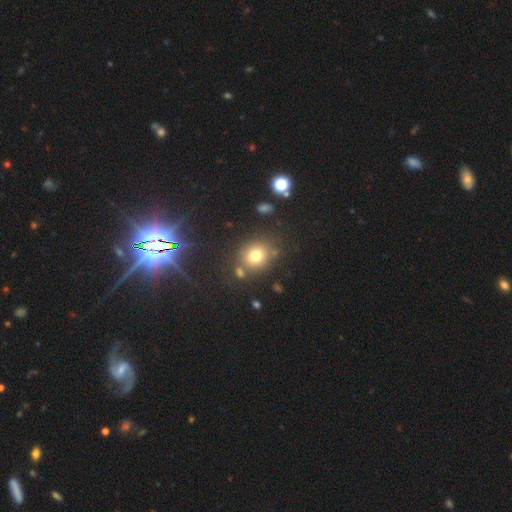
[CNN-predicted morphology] smooth 74%, star or artifact 16%, featured or disk 10%. Down the decision tree: how rounded — round (75%); merging — none (74%).